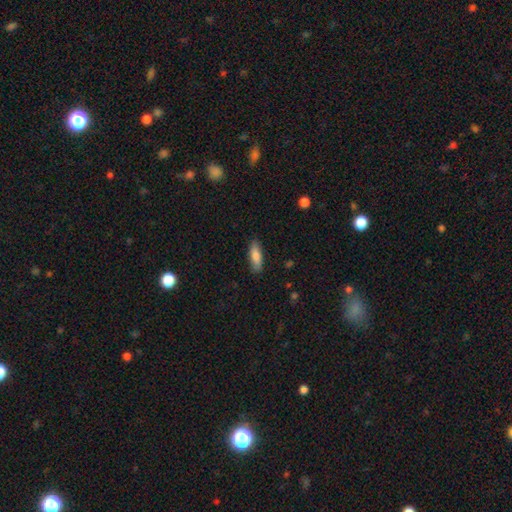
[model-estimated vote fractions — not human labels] smooth_or_featured: smooth (p=0.81) [alt: featured or disk p=0.13]
how_rounded: in between (p=0.54) [alt: cigar-shaped p=0.44]
merging: none (p=0.84) [alt: minor disturbance p=0.12]